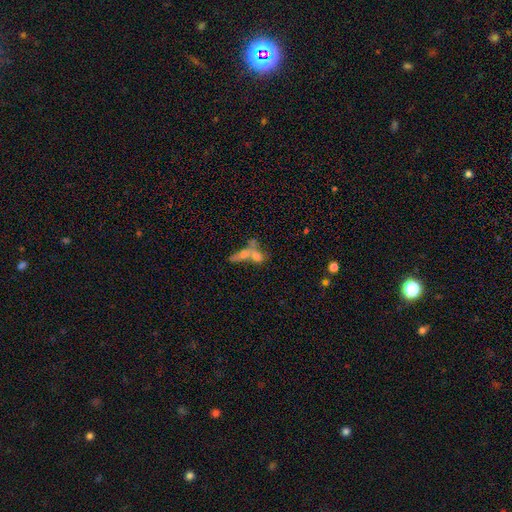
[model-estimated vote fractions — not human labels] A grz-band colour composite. It shows a smooth galaxy with no disk features (56%) that is in between round and cigar-shaped (57%). Merging: merger (66%).